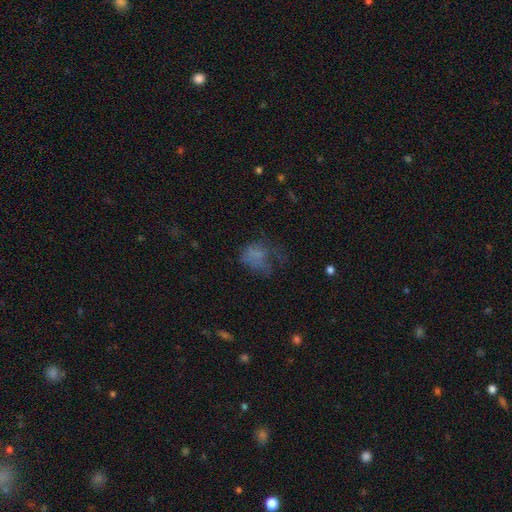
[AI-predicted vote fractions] Smooth or featured? Predicted: smooth (p=0.54). How rounded? Predicted: in between (p=0.63). Merging? Predicted: major disturbance (p=0.48).